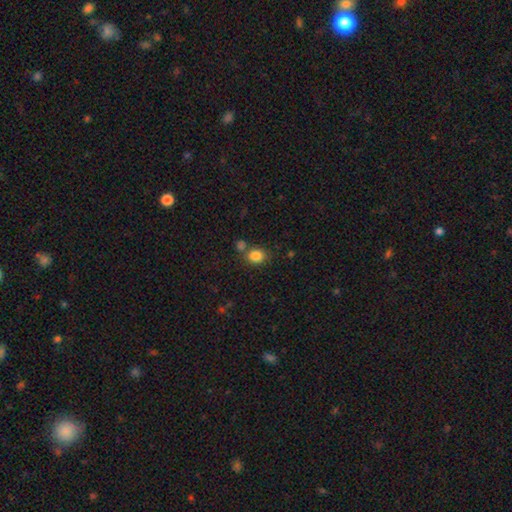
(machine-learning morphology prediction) This appears to be a smooth galaxy with no disk features (84%) that is round (57%). Merging: none (65%).